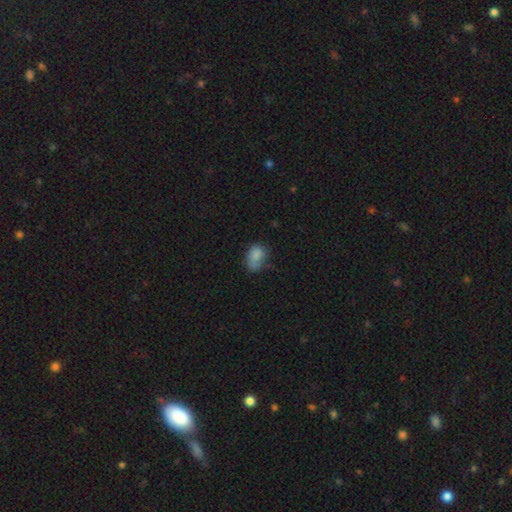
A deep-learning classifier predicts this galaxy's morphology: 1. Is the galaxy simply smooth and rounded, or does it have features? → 79% smooth, 11% featured or disk, 10% star or artifact.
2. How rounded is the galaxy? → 78% in between, 20% round, 1% cigar-shaped.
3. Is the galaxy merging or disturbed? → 43% none, 34% minor disturbance, 17% major disturbance, 6% merger.